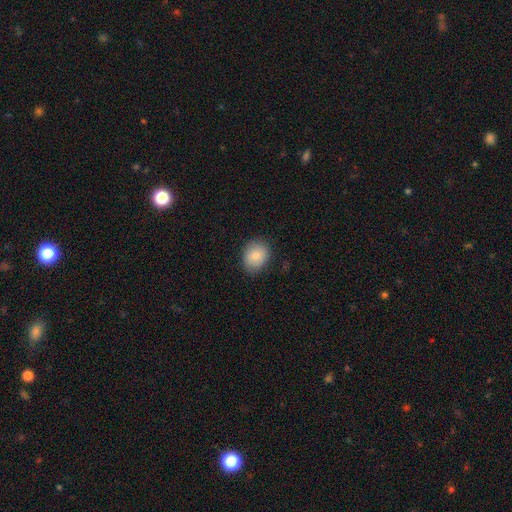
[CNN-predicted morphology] Overall: smooth (83%). How rounded: round (56%; in between 43%). Merging: none (85%).